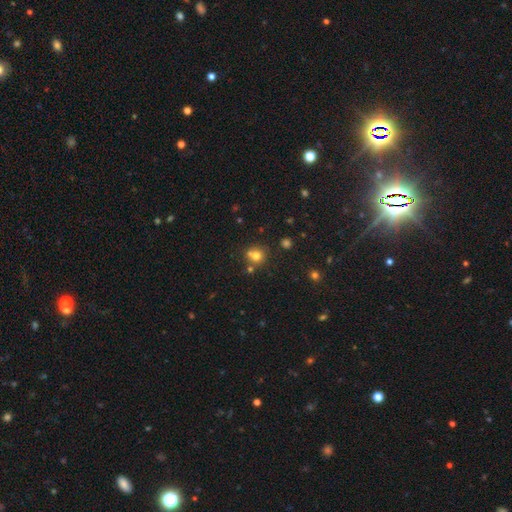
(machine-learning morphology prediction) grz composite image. It shows a smooth galaxy with no disk features (74%) that is round (86%). Merging: none (60%).